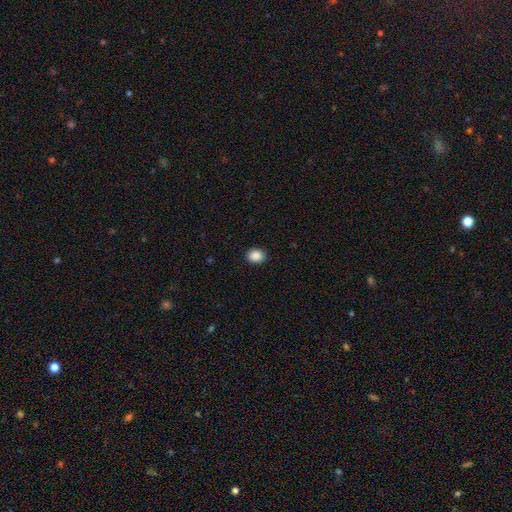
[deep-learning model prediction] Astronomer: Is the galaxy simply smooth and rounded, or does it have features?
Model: smooth — 89%.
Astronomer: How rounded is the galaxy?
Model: in between — 51% (runner-up: round, 48%).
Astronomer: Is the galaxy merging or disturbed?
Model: none — 90%.